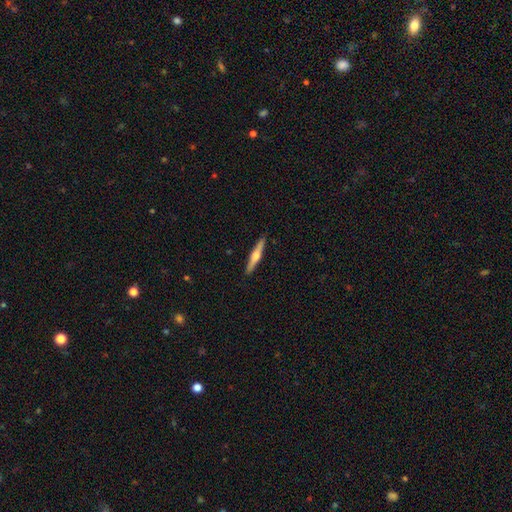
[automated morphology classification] smooth_or_featured: featured or disk (p=0.60) [alt: smooth p=0.34]
disk_edge_on: yes (p=0.98) [alt: no p=0.02]
edge_on_bulge: rounded (p=0.90) [alt: boxy p=0.06]
merging: none (p=0.91) [alt: minor disturbance p=0.06]